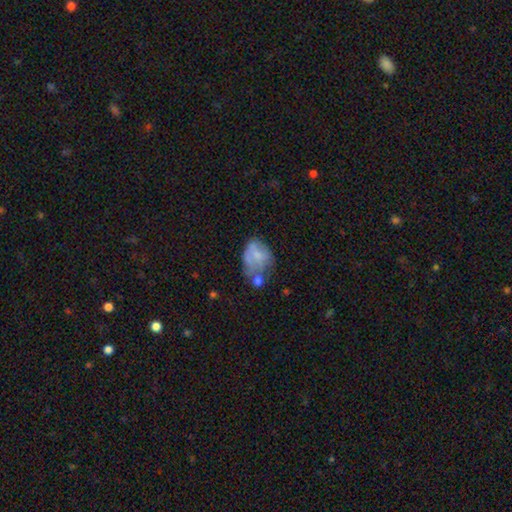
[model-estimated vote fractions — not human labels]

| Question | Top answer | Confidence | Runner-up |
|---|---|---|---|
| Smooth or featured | smooth | 54% | featured or disk (36%) |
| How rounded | in between | 70% | round (29%) |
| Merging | major disturbance | 28% | none (27%) |